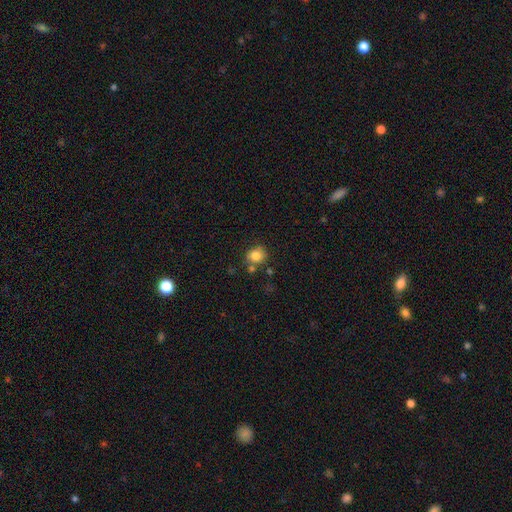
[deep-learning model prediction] This appears to be a smooth galaxy with no disk features (82%) that is round (78%). Merging: none (68%).